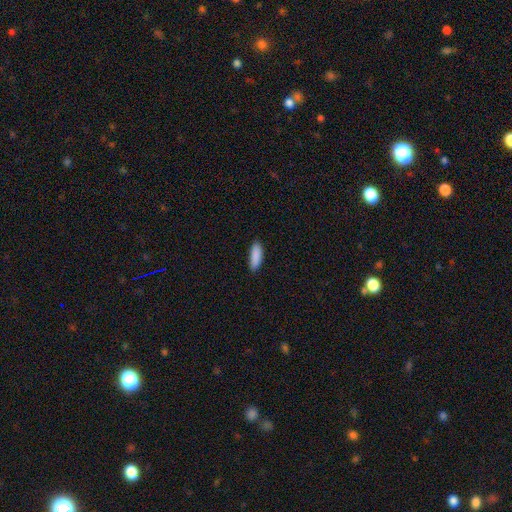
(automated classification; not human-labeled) Q: Smooth or featured?
A: smooth (90%); runner-up: star or artifact (6%)
Q: How rounded?
A: in between (60%); runner-up: cigar-shaped (39%)
Q: Merging?
A: none (86%); runner-up: minor disturbance (12%)